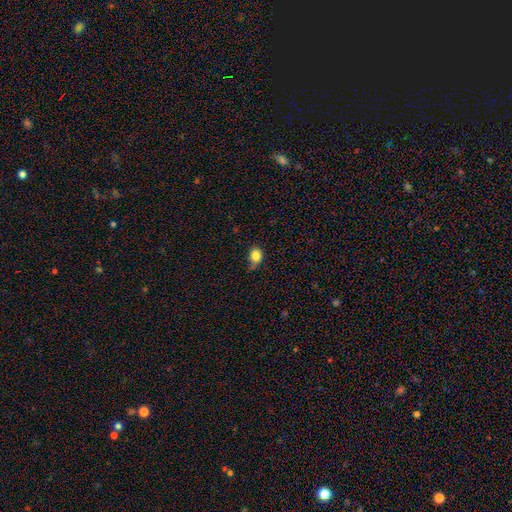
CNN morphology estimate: smooth_or_featured: smooth (p=0.83) [alt: star or artifact p=0.10]
how_rounded: round (p=0.58) [alt: in between p=0.41]
merging: none (p=0.52) [alt: minor disturbance p=0.34]